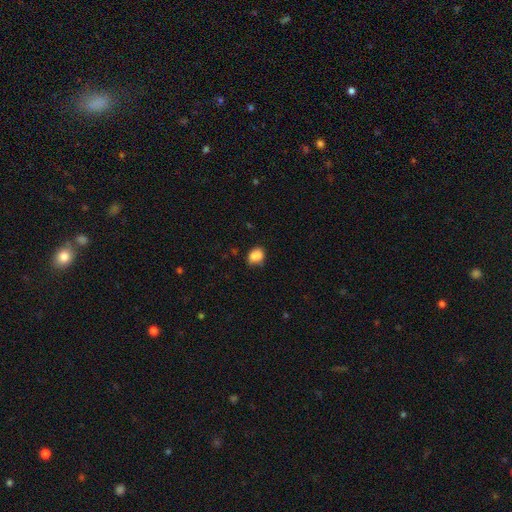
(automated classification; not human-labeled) smooth-or-featured: smooth: 83% | star or artifact: 10% | featured or disk: 7%
  how-rounded: in between: 57% | round: 42% | cigar-shaped: 1%
  merging: none: 56% | minor disturbance: 27% | merger: 10% | major disturbance: 7%